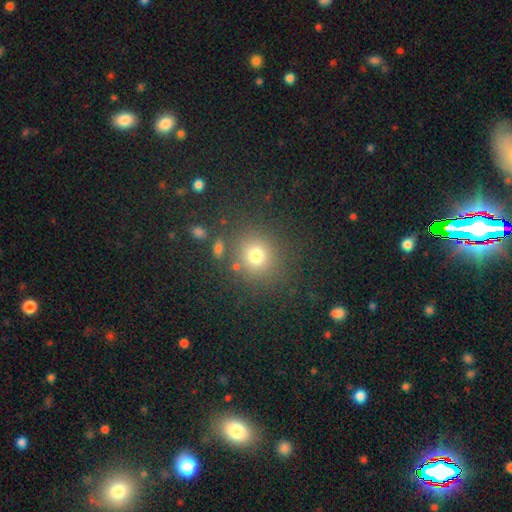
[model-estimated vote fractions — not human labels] Overall: smooth (75%). How rounded: round (84%). Merging: none (79%).